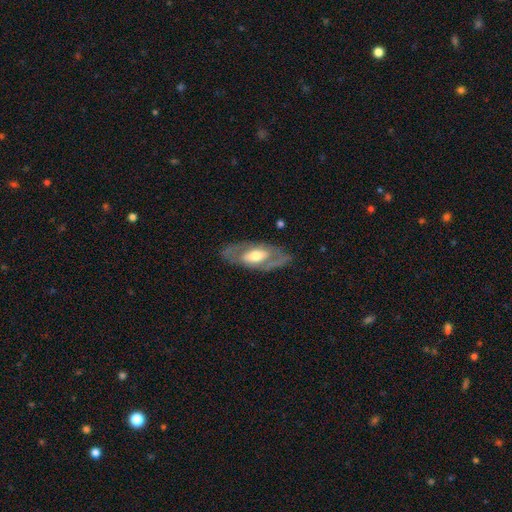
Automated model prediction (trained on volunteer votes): Overall: featured or disk (63%; smooth 32%). Edge-on disk: no (85%). Bar: no (57%; weak 27%). Spiral arms: no (64%; yes 36%). Bulge size: moderate (59%; large 25%). Merging: none (76%).